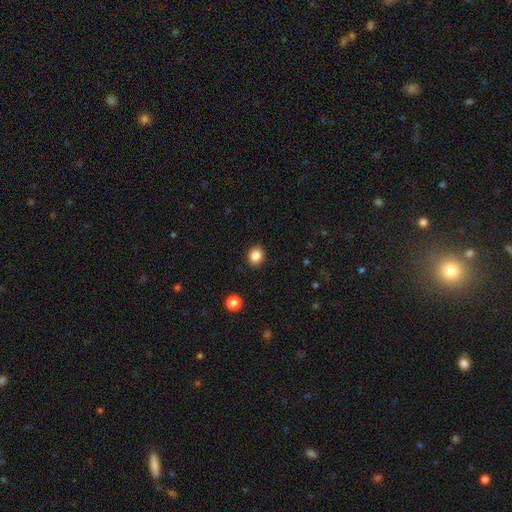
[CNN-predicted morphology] smooth_or_featured: smooth (p=0.85) [alt: star or artifact p=0.11]
how_rounded: round (p=0.67) [alt: in between p=0.32]
merging: none (p=0.91) [alt: minor disturbance p=0.06]